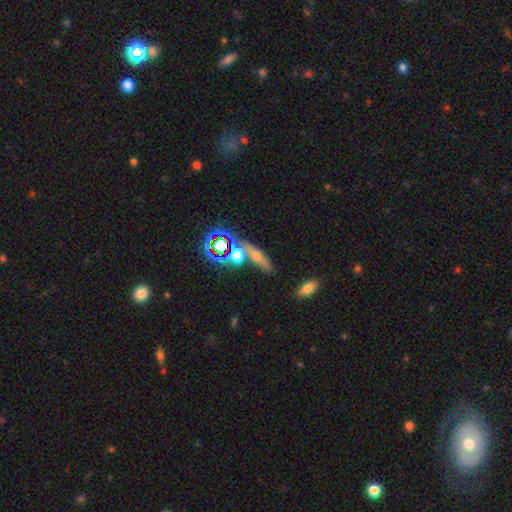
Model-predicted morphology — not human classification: This is marginally a smooth galaxy (40%). Merging: possibly none (56%).